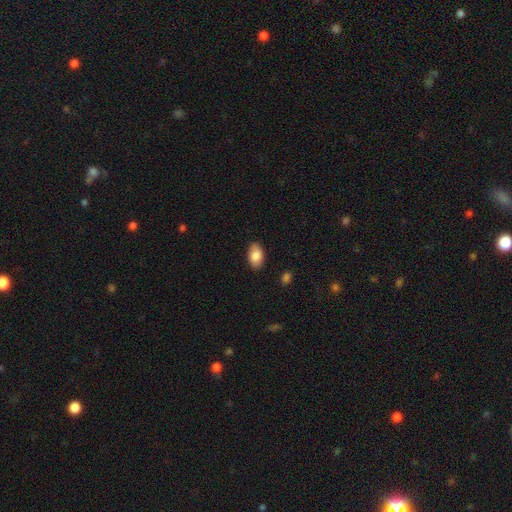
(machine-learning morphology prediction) smooth 84%, featured or disk 9%, star or artifact 7%. Down the decision tree: how rounded — in between (92%); merging — none (86%).